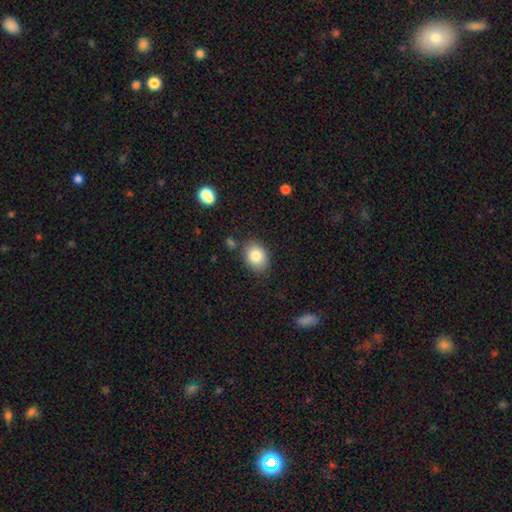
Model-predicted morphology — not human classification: A smooth galaxy with no disk features (85%) that is in between round and cigar-shaped (67%).

Vote fractions:
- Smooth or featured? smooth: 85% / star or artifact: 8% / featured or disk: 7%
- How rounded? in between: 67% / round: 32% / cigar-shaped: 1%
- Merging? none: 82% / minor disturbance: 13% / merger: 3% / major disturbance: 3%